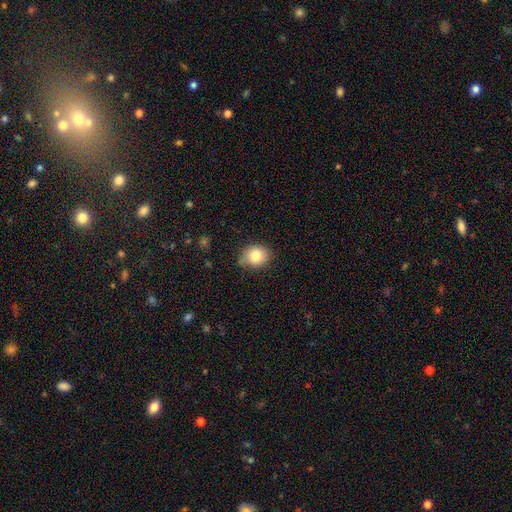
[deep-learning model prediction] smooth-or-featured: smooth: 82% | star or artifact: 9% | featured or disk: 9%
  how-rounded: round: 59% | in between: 40% | cigar-shaped: 1%
  merging: none: 70% | minor disturbance: 23% | major disturbance: 4% | merger: 2%